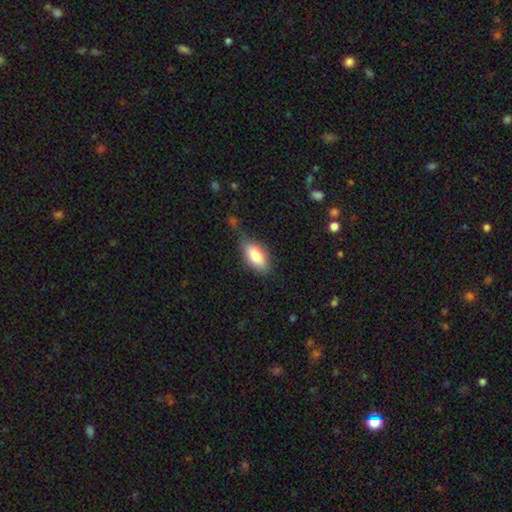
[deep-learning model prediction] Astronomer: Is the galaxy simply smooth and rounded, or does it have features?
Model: smooth — 81%.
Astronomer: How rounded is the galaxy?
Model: in between — 89%.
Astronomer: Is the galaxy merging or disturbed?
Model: none — 55%.